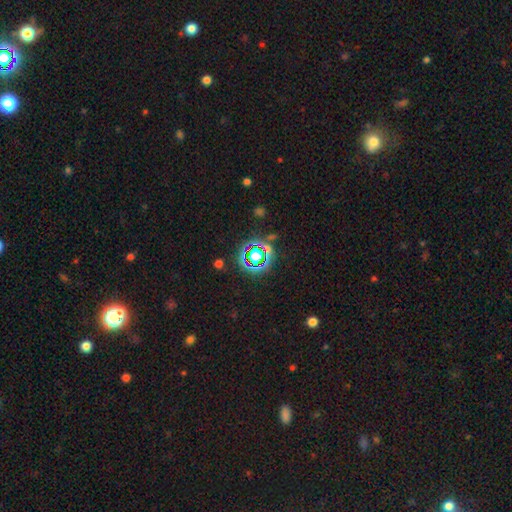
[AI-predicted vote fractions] Smooth or featured?
  - star or artifact: 63% *
  - smooth: 25%
  - featured or disk: 12%